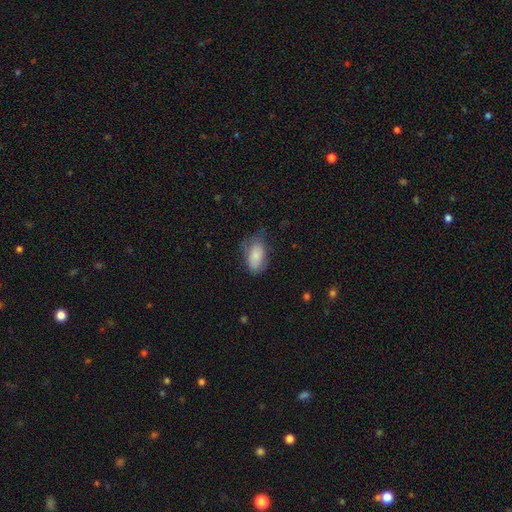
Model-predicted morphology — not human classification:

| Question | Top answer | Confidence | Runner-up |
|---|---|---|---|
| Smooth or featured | smooth | 81% | featured or disk (12%) |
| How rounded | in between | 93% | round (4%) |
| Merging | none | 50% | minor disturbance (34%) |